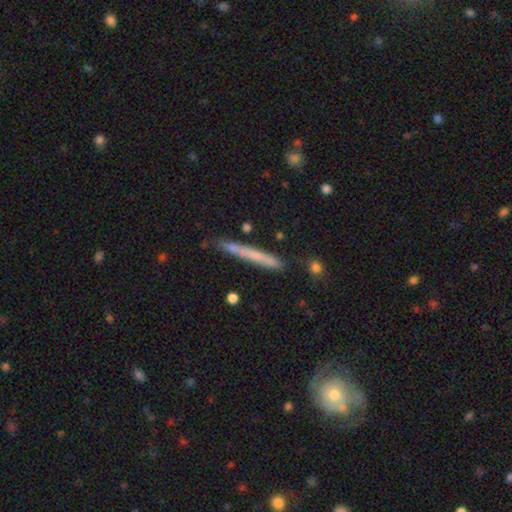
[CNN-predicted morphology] smooth_or_featured: smooth (p=0.61) [alt: featured or disk p=0.32]
how_rounded: cigar-shaped (p=0.96) [alt: in between p=0.03]
merging: none (p=0.76) [alt: minor disturbance p=0.17]